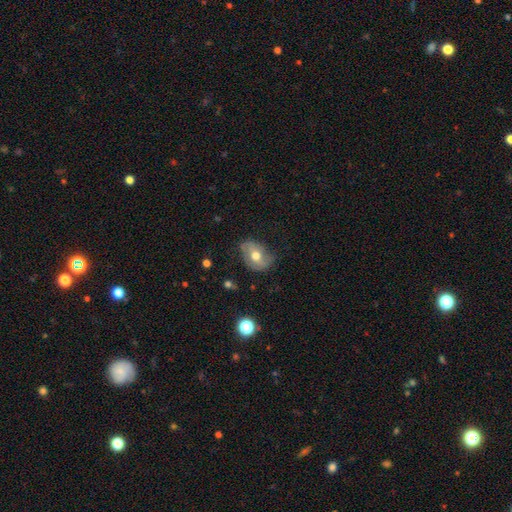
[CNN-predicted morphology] smooth-or-featured: featured or disk: 50% | smooth: 41% | star or artifact: 8%
  disk-edge-on: no: 93% | yes: 7%
  merging: none: 65% | minor disturbance: 24% | major disturbance: 9% | merger: 1%